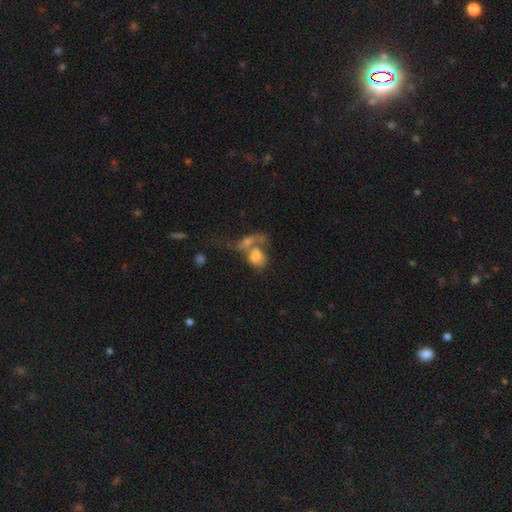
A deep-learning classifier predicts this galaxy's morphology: smooth-or-featured: smooth: 69% | featured or disk: 21% | star or artifact: 10%
  how-rounded: in between: 59% | round: 38% | cigar-shaped: 3%
  merging: merger: 60% | none: 18% | major disturbance: 13% | minor disturbance: 9%